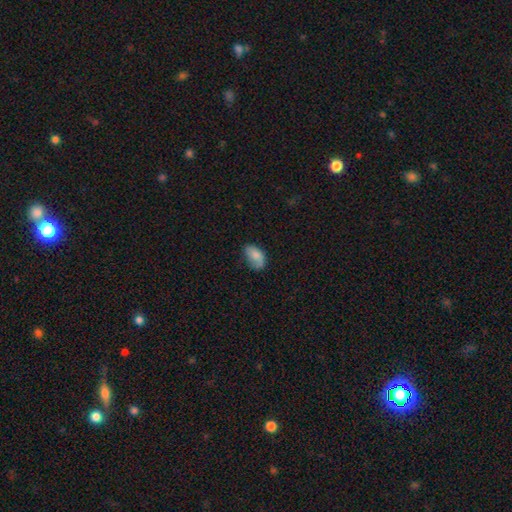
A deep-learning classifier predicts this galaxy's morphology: Q: Smooth or featured?
A: smooth (80%); runner-up: featured or disk (13%)
Q: How rounded?
A: in between (92%); runner-up: round (6%)
Q: Merging?
A: none (53%); runner-up: minor disturbance (33%)